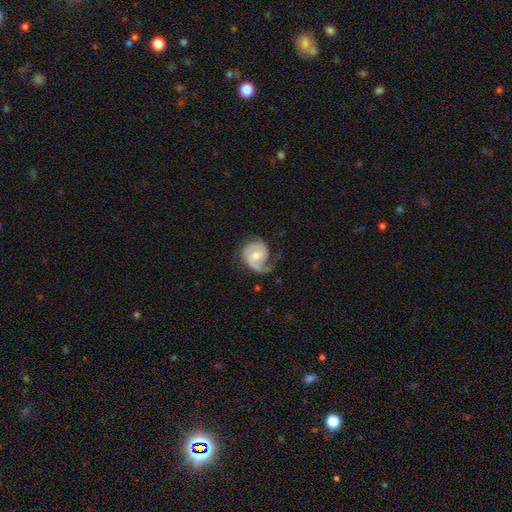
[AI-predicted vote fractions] This is clearly a featured or disk galaxy (80%). It is clearly not viewed edge-on (98%). Bar: possibly no (57%). Spiral arm pattern: clearly yes (95%). Spiral arm count: possibly 2 (50%). Spiral winding: marginally medium (41%). Central bulge: possibly moderate (59%). Merging: possibly none (53%).